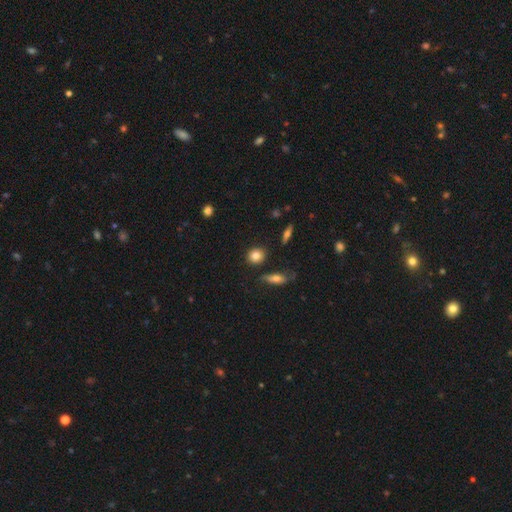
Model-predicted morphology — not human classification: type=smooth (84%); roundness=round (80%); merging=none (83%).